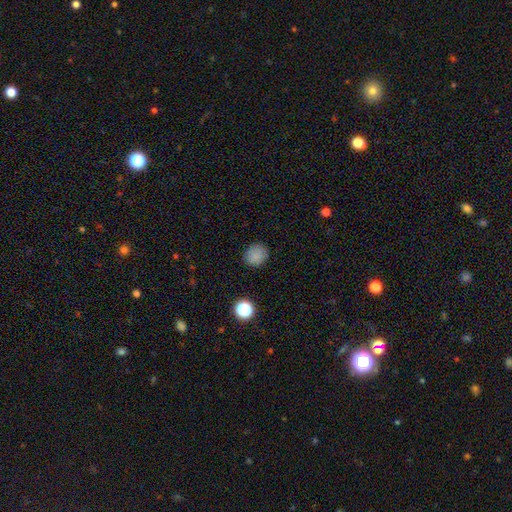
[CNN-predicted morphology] type=smooth (83%); roundness=round (77%); merging=none (86%).